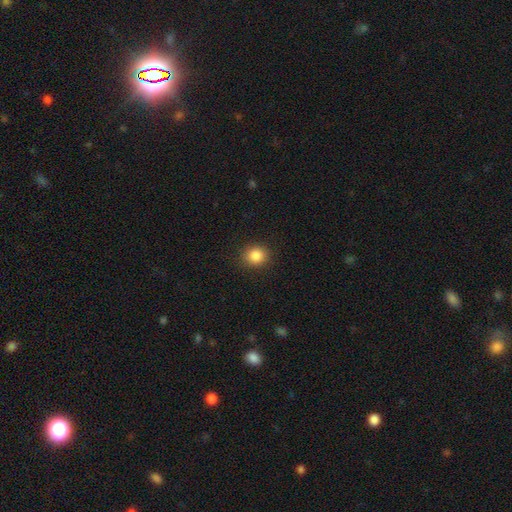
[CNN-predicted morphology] Overall: smooth (86%). How rounded: round (77%). Merging: none (89%).